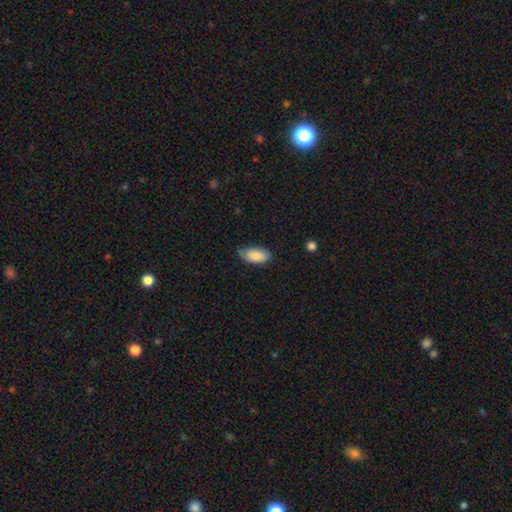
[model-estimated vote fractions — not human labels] Smooth or featured? smooth (86%)
How rounded? in between (92%)
Merging? none (65%)